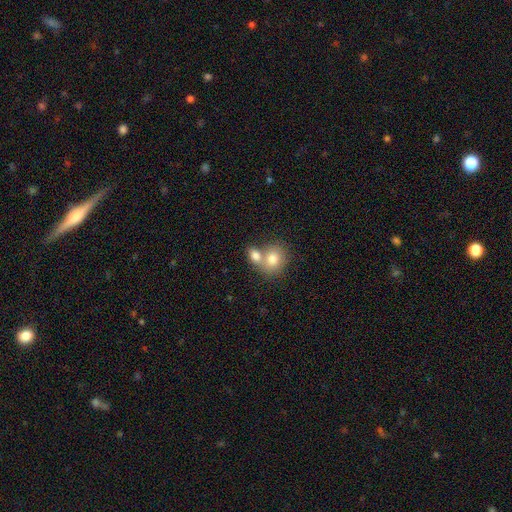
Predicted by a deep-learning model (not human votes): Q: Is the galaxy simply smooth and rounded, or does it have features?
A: smooth — 77%.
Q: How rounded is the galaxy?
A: in between — 52%.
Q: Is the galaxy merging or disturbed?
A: merger — 60%.